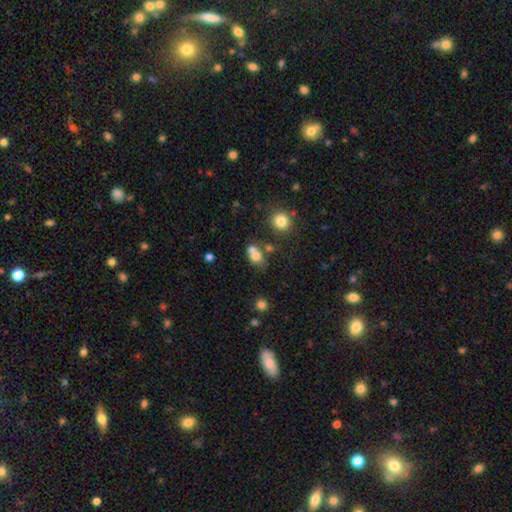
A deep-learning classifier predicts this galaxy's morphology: Overall: smooth (71%). How rounded: round (59%; in between 40%). Merging: merger (49%; none 36%).